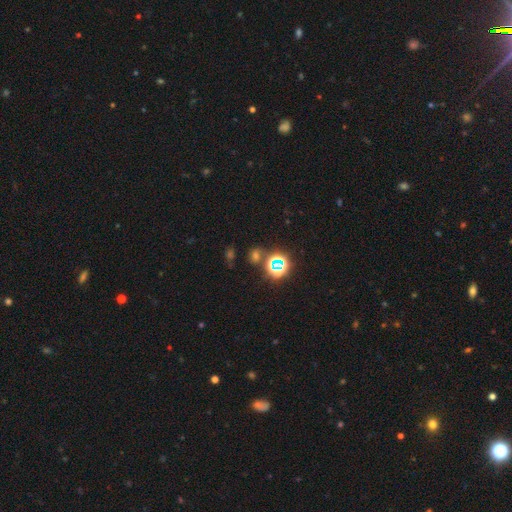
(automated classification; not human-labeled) A star or artifact, not a galaxy (50%).